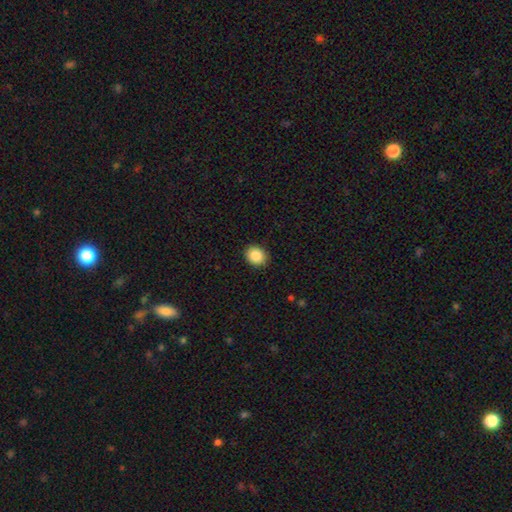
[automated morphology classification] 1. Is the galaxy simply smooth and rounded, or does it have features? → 87% smooth, 9% star or artifact, 5% featured or disk.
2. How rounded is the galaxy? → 67% round, 33% in between, 1% cigar-shaped.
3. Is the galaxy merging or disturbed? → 89% none, 8% minor disturbance, 2% major disturbance, 1% merger.